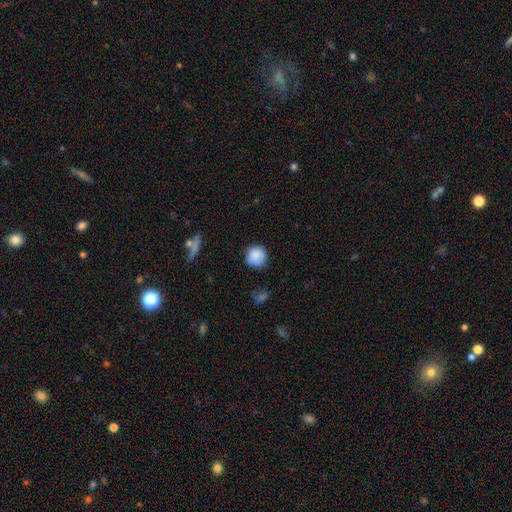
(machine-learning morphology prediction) smooth_or_featured: smooth (p=0.85) [alt: star or artifact p=0.09]
how_rounded: round (p=0.90) [alt: in between p=0.09]
merging: none (p=0.74) [alt: minor disturbance p=0.19]